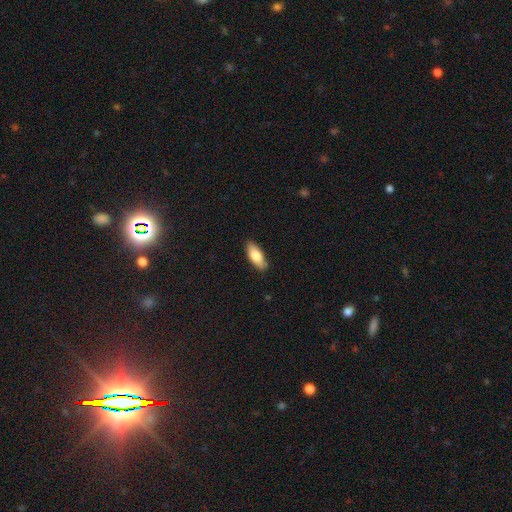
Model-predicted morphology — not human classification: smooth-or-featured: smooth: 80% | featured or disk: 15% | star or artifact: 6%
  how-rounded: in between: 79% | cigar-shaped: 19% | round: 2%
  merging: none: 85% | minor disturbance: 12% | major disturbance: 2% | merger: 1%